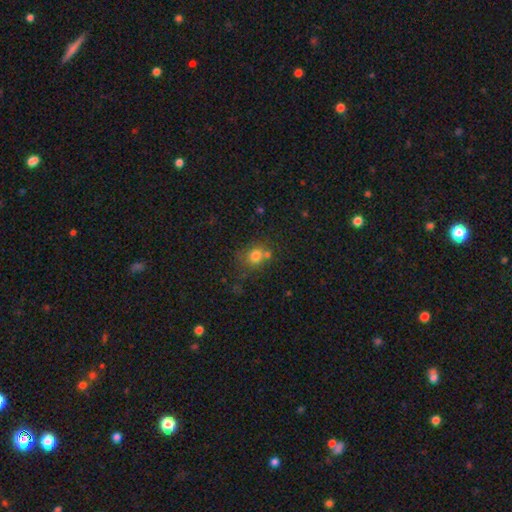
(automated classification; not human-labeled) Smooth or featured?
  - smooth: 75% *
  - star or artifact: 14%
  - featured or disk: 11%
How rounded?
  - round: 73% *
  - in between: 26%
  - cigar-shaped: 1%
Merging?
  - none: 56% *
  - merger: 23%
  - minor disturbance: 15%
  - major disturbance: 6%